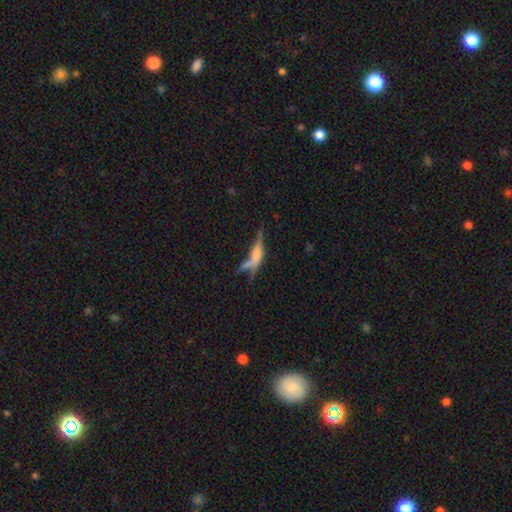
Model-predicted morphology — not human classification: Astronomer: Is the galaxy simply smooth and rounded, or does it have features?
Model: featured or disk — 47% (runner-up: smooth, 41%).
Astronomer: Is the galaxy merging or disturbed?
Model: none — 36% (runner-up: merger, 32%).